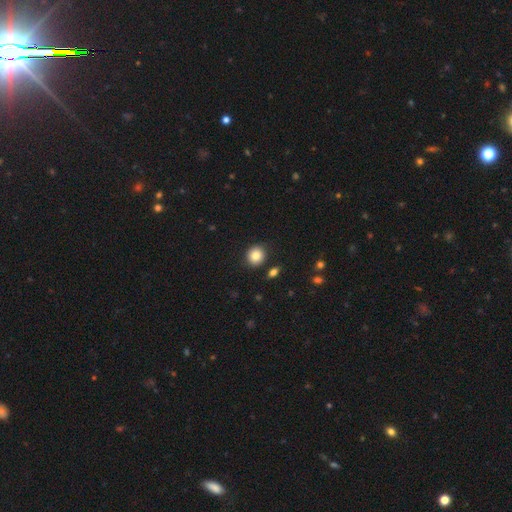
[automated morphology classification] smooth_or_featured: smooth (p=0.83) [alt: star or artifact p=0.09]
how_rounded: round (p=0.80) [alt: in between p=0.19]
merging: none (p=0.87) [alt: minor disturbance p=0.07]